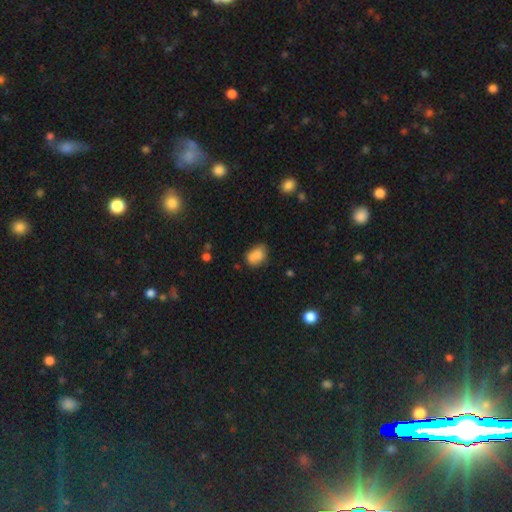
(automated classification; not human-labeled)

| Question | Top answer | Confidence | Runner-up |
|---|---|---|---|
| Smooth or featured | smooth | 81% | star or artifact (10%) |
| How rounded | in between | 79% | round (20%) |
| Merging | none | 57% | minor disturbance (24%) |